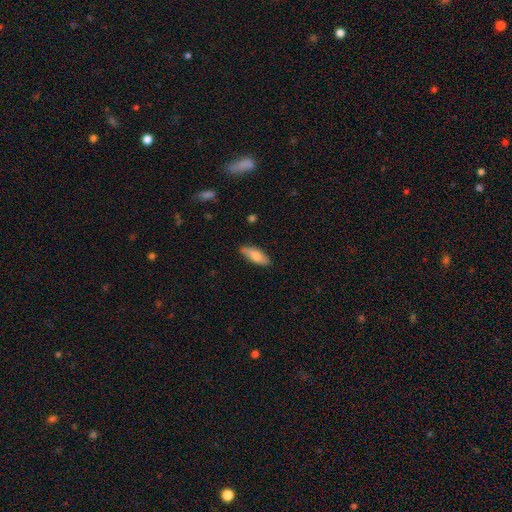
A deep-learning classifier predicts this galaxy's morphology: type=smooth (77%); roundness=in between (72%); merging=none (83%).